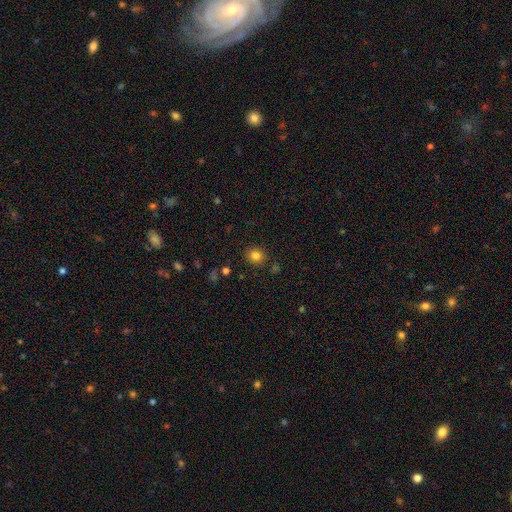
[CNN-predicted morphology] smooth 82%, star or artifact 12%, featured or disk 6%. Down the decision tree: how rounded — round (85%); merging — none (88%).